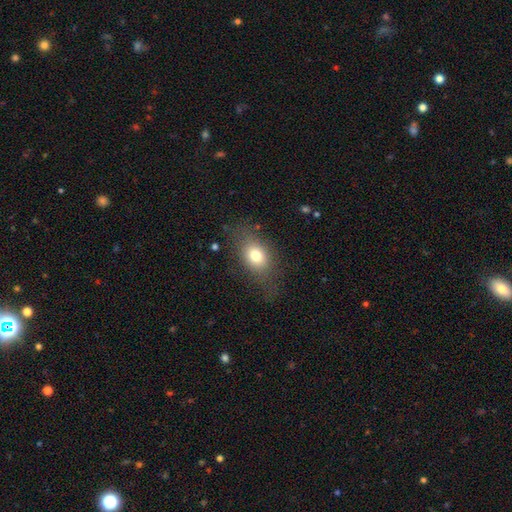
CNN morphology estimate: This appears to be a smooth galaxy with no disk features (75%) that is in between round and cigar-shaped (75%). Merging: none (69%).